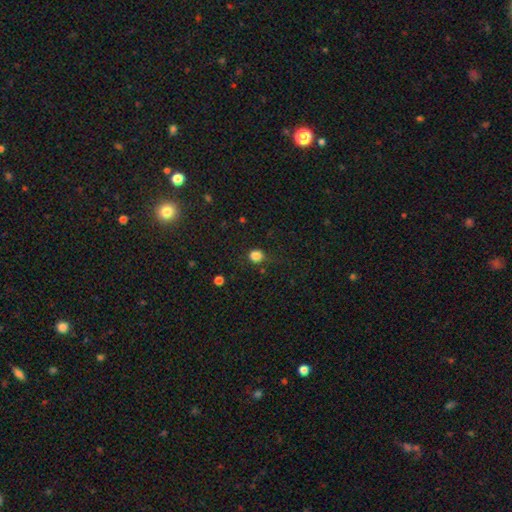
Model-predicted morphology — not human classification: type=smooth (82%); roundness=round (80%); merging=none (76%).